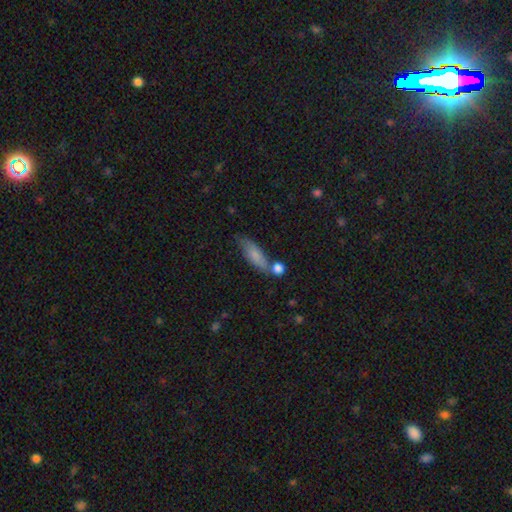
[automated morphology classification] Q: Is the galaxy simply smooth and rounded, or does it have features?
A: smooth — 76%.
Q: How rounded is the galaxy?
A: in between — 55%.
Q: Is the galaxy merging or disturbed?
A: none — 57%.